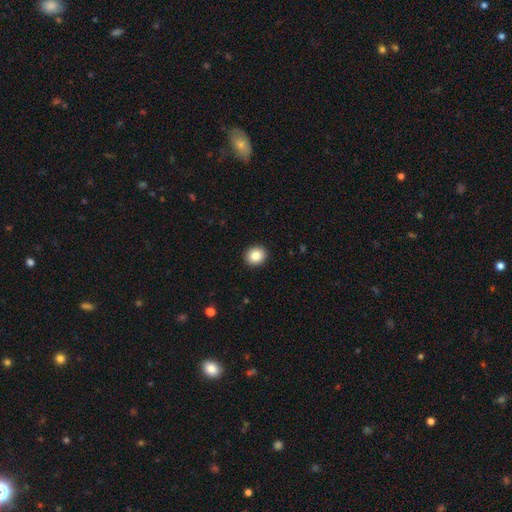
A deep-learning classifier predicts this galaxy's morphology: Overall: smooth (85%). How rounded: round (78%). Merging: none (92%).